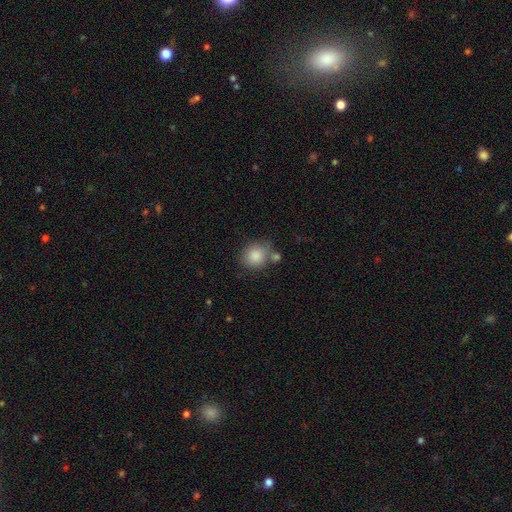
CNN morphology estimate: Overall: smooth (86%). How rounded: round (81%). Merging: none (63%).